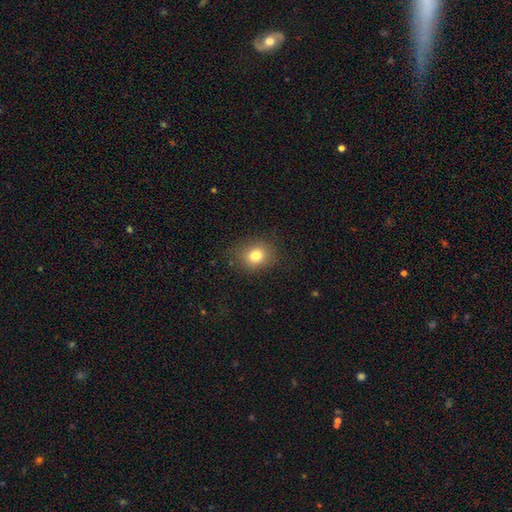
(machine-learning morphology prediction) smooth-or-featured: smooth: 78% | star or artifact: 12% | featured or disk: 9%
  how-rounded: round: 71% | in between: 29% | cigar-shaped: 1%
  merging: none: 83% | minor disturbance: 11% | major disturbance: 4% | merger: 1%